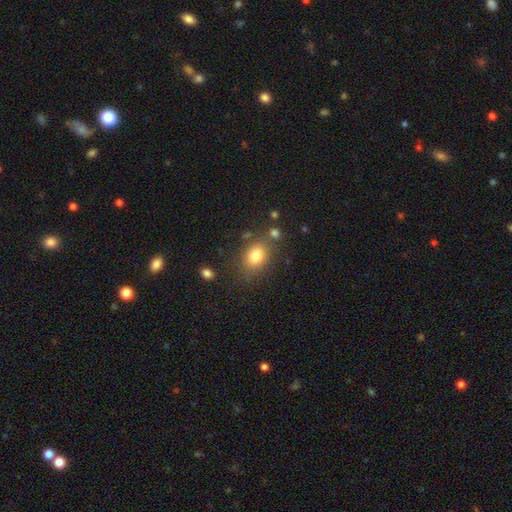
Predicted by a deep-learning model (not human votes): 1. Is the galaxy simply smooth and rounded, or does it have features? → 80% smooth, 11% star or artifact, 9% featured or disk.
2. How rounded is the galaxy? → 64% in between, 35% round, 1% cigar-shaped.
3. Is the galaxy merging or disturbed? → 74% none, 14% minor disturbance, 6% merger, 5% major disturbance.